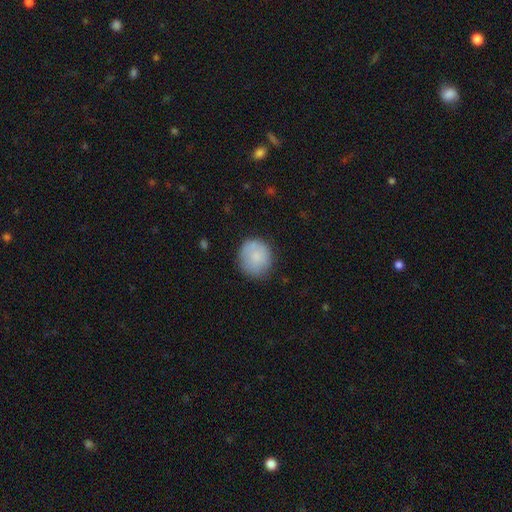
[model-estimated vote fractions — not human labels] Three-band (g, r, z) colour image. It shows a smooth galaxy with no disk features (82%) that is round (89%). Merging: none (76%).